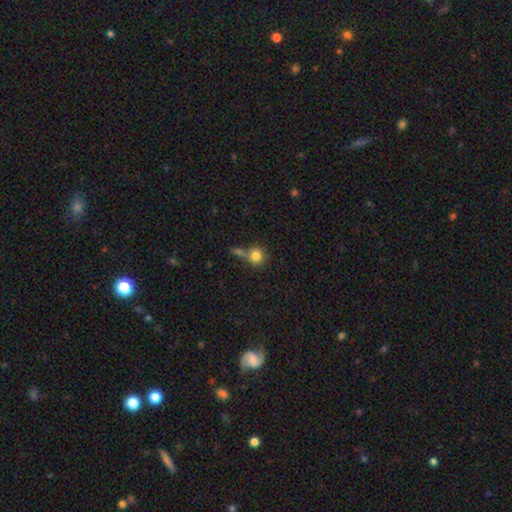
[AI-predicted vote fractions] smooth-or-featured: smooth: 81% | star or artifact: 10% | featured or disk: 8%
  how-rounded: round: 88% | in between: 10% | cigar-shaped: 1%
  merging: none: 54% | merger: 30% | minor disturbance: 11% | major disturbance: 5%